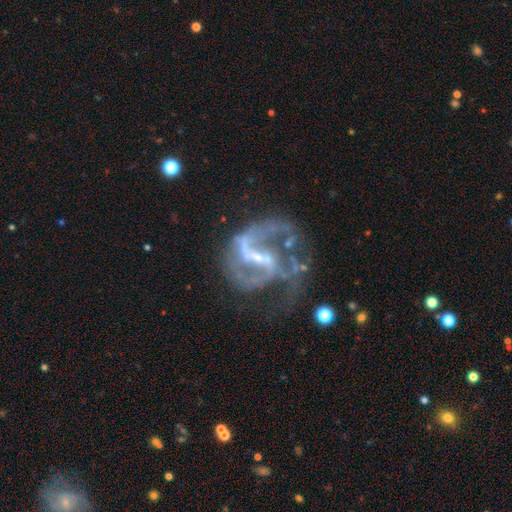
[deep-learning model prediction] Overall: featured or disk (89%). Edge-on disk: no (98%). Bar: weak (44%; strong 42%). Spiral arms: yes (94%). Spiral arm count: 2 (73%). Spiral winding: medium (50%; loose 36%). Bulge size: small (66%). Merging: none (41%; major disturbance 34%).